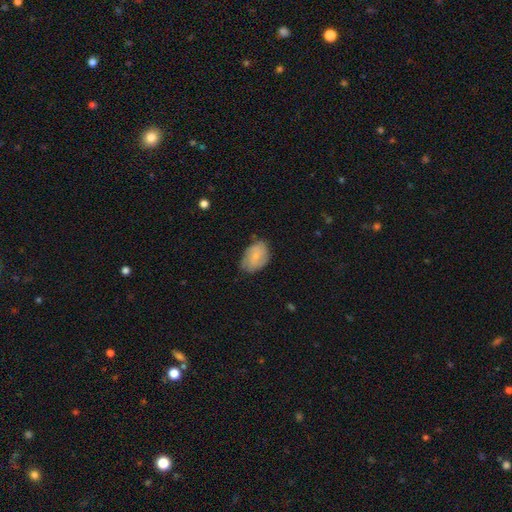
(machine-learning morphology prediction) This appears to be a smooth galaxy with no disk features (65%) that is in between round and cigar-shaped (84%). Merging: none (62%).